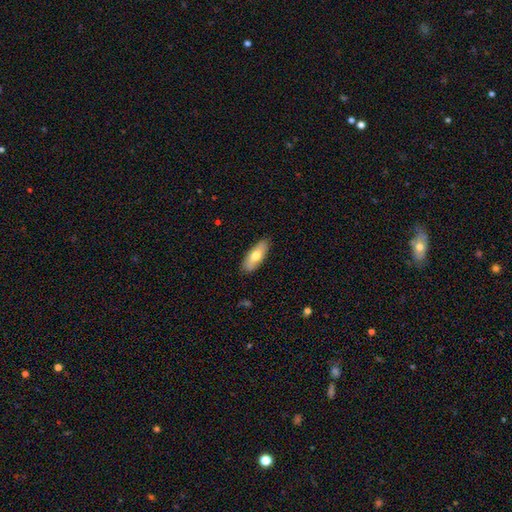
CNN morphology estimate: Q: Smooth or featured?
A: smooth (67%); runner-up: featured or disk (28%)
Q: How rounded?
A: in between (72%); runner-up: cigar-shaped (26%)
Q: Merging?
A: none (87%); runner-up: minor disturbance (10%)